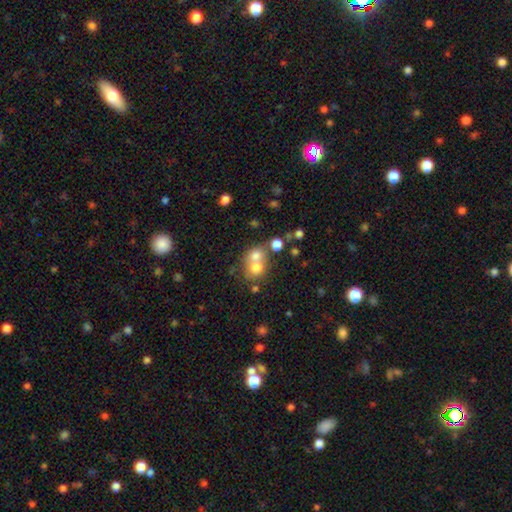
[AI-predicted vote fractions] smooth-or-featured: smooth: 68% | featured or disk: 19% | star or artifact: 13%
  how-rounded: round: 74% | in between: 25% | cigar-shaped: 1%
  merging: merger: 61% | none: 30% | minor disturbance: 6% | major disturbance: 3%